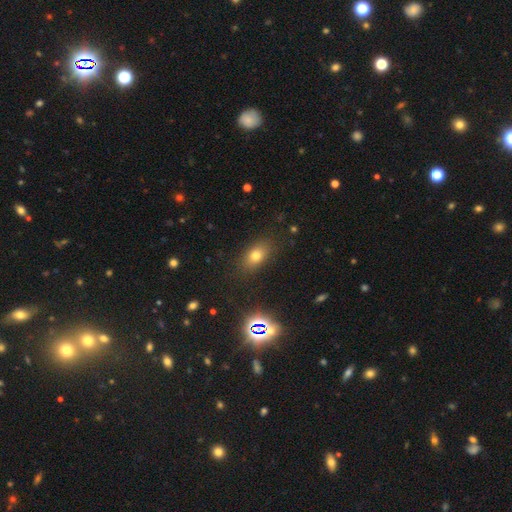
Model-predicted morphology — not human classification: smooth-or-featured: smooth: 71% | star or artifact: 18% | featured or disk: 12%
  how-rounded: in between: 78% | round: 19% | cigar-shaped: 4%
  merging: none: 84% | minor disturbance: 11% | major disturbance: 4% | merger: 2%